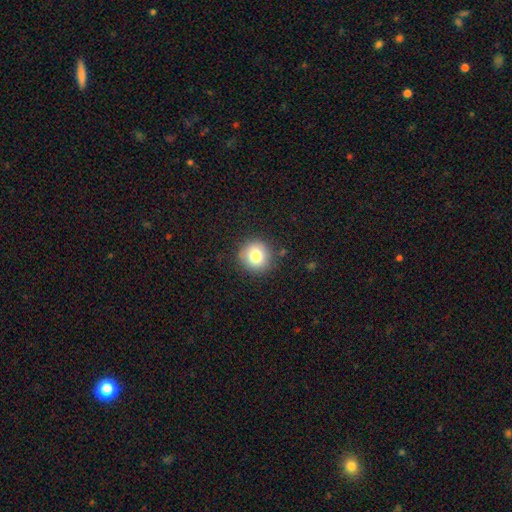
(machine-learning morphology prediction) A smooth galaxy with no disk features (80%) that is round (93%). Merging: none (87%).